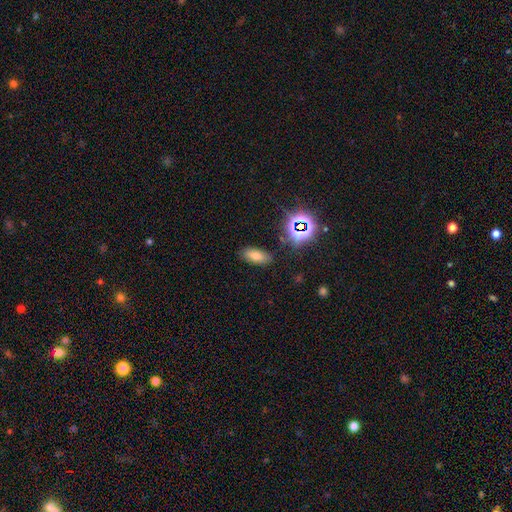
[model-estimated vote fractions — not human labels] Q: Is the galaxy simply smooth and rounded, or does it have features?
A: smooth — 66%.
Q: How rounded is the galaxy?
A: in between — 84%.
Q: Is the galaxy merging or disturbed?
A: none — 85%.